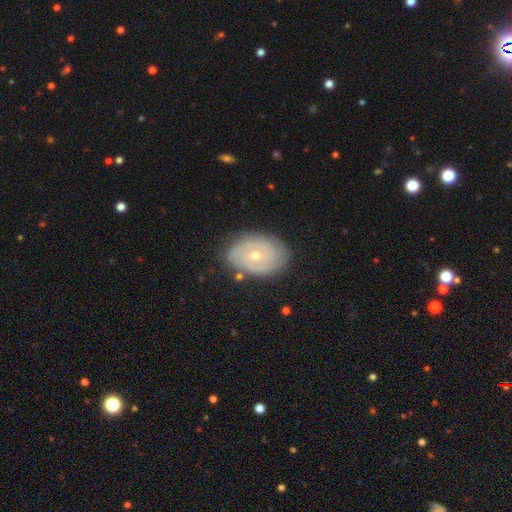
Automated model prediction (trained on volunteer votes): Smooth or featured? Predicted: featured or disk (p=0.79). Edge-on disk? Predicted: no (p=0.96). Bar? Predicted: no (p=0.67). Spiral arms? Predicted: yes (p=0.91). Spiral winding? Predicted: tight (p=0.73). Spiral arm count? Predicted: 2 (p=0.49). Bulge size? Predicted: moderate (p=0.51). Merging? Predicted: none (p=0.81).